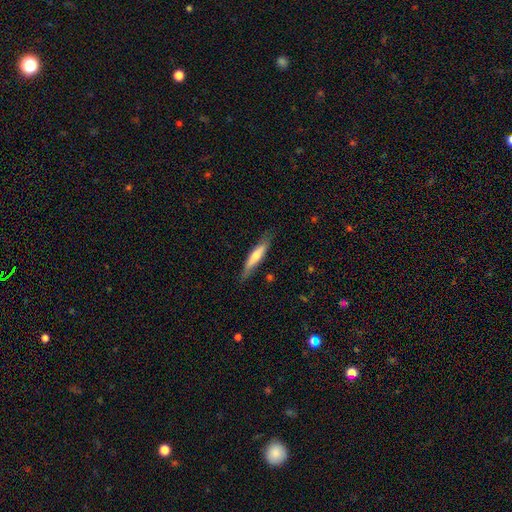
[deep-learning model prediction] Smooth or featured: smooth — 55% (featured or disk — 40%)
How rounded: cigar-shaped — 84% (in between — 15%)
Merging: none — 77% (minor disturbance — 18%)